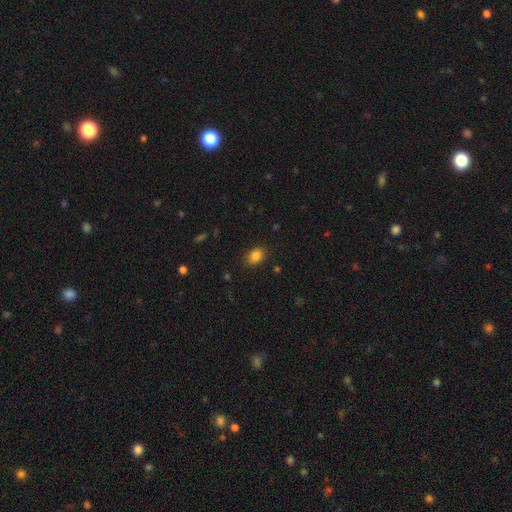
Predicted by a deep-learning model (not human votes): Smooth or featured? Predicted: smooth (p=0.85). How rounded? Predicted: in between (p=0.65). Merging? Predicted: none (p=0.86).